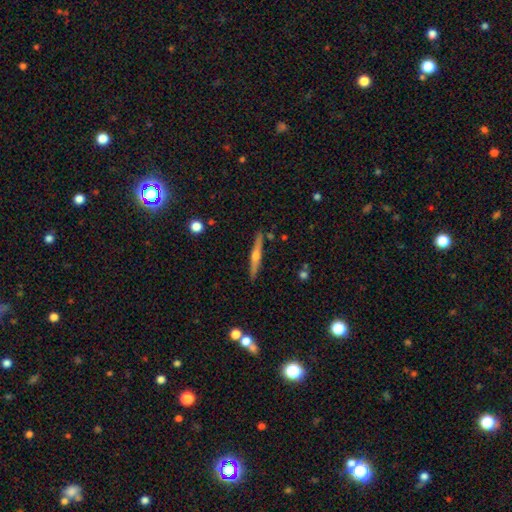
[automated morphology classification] Smooth or featured?
  - featured or disk: 72% *
  - smooth: 22%
  - star or artifact: 6%
Edge-on disk?
  - yes: 98% *
  - no: 2%
Edge-on bulge?
  - rounded: 91% *
  - none: 5%
  - boxy: 4%
Merging?
  - none: 90% *
  - minor disturbance: 7%
  - merger: 2%
  - major disturbance: 1%